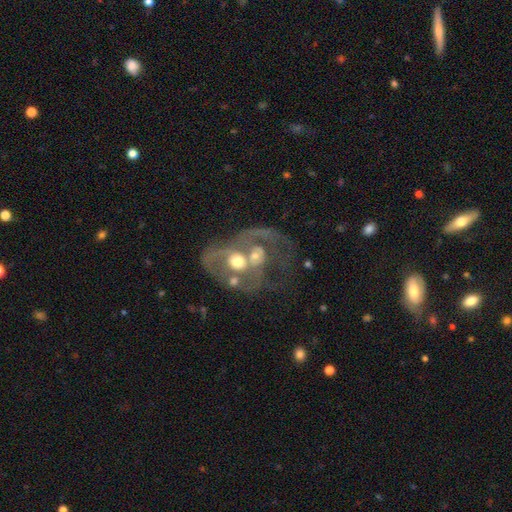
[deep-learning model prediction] Overall: featured or disk (71%). Edge-on disk: no (97%). Bar: no (81%). Spiral arms: no (54%; yes 46%). Bulge size: moderate (67%). Merging: merger (65%).